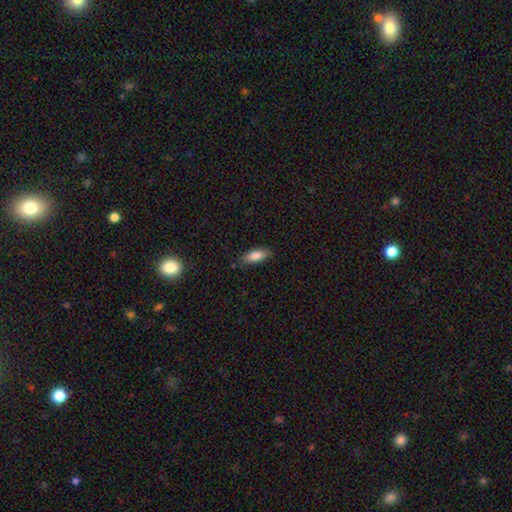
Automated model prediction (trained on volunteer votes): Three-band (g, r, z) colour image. It shows a smooth galaxy with no disk features (84%) that is in between round and cigar-shaped (79%). Merging: none (77%).